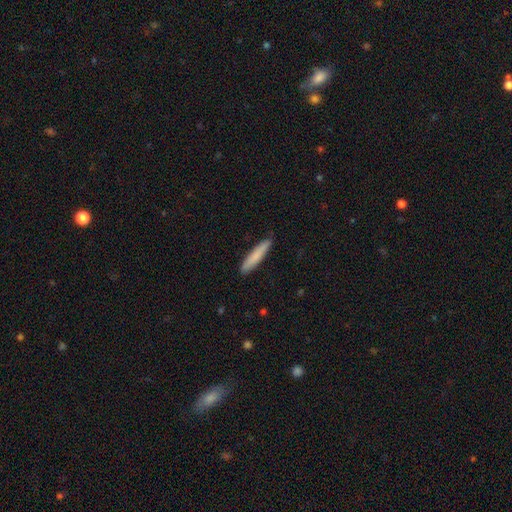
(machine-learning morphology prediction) The model was most divided on "smooth or featured": smooth: 79%, featured or disk: 15%, star or artifact: 5%. More confident: how rounded — cigar-shaped (91%); merging — none (89%).